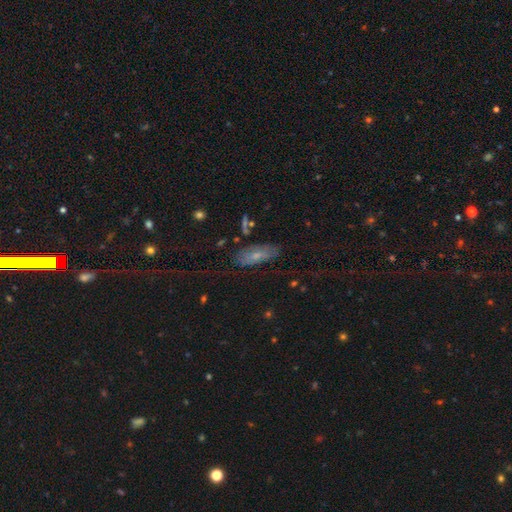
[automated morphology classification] smooth-or-featured: smooth: 49% | featured or disk: 37% | star or artifact: 14%
  merging: none: 70% | minor disturbance: 20% | major disturbance: 6% | merger: 3%